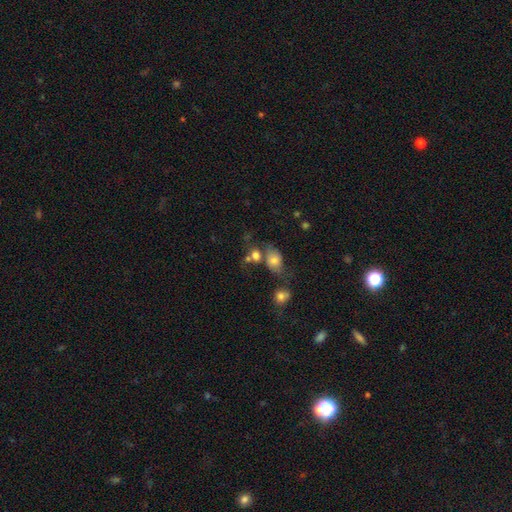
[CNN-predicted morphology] The model was most divided on "how rounded": in between: 54%, round: 44%, cigar-shaped: 2%. Remaining: smooth or featured — smooth (72%); merging — none (42%).